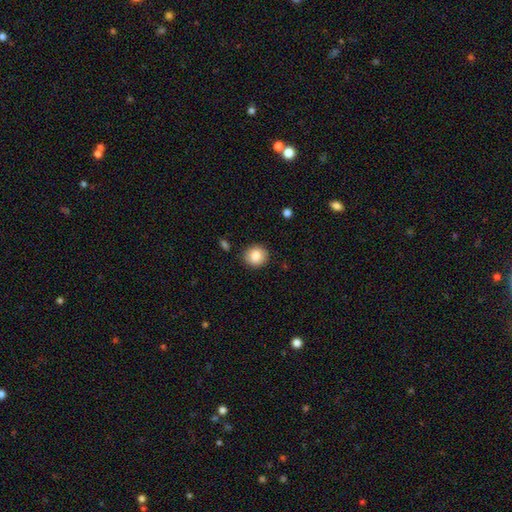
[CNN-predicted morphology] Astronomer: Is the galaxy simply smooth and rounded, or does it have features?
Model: smooth — 85%.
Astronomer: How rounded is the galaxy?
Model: round — 85%.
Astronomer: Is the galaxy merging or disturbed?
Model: none — 89%.